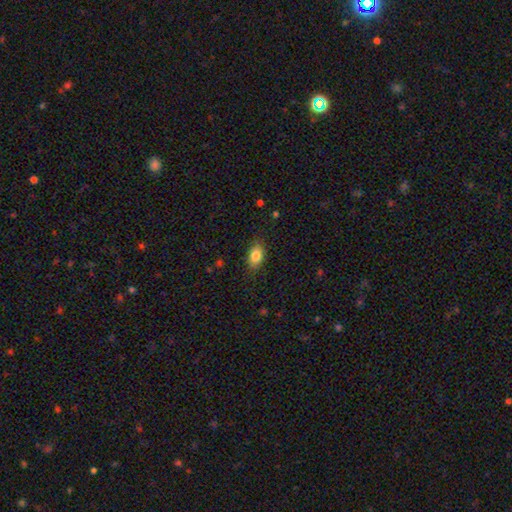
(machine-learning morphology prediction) The model was most divided on "merging": none: 83%, minor disturbance: 13%, major disturbance: 3%, merger: 1%. More confident: how rounded — in between (87%); smooth or featured — smooth (84%).